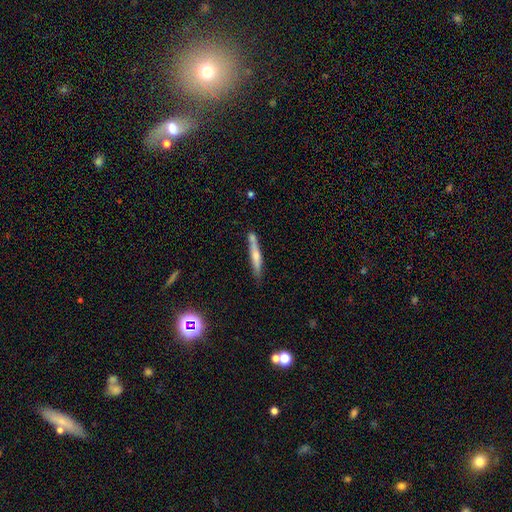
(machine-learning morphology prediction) This appears to be a smooth galaxy with no disk features (56%) that is cigar-shaped (93%). Merging: none (64%).